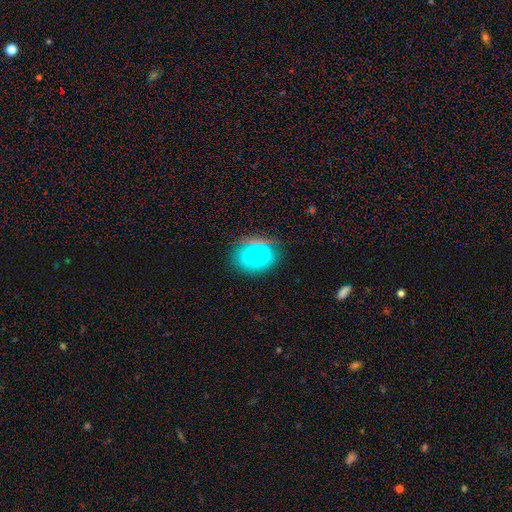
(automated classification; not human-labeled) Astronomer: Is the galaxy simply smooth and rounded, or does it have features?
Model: smooth — 59%.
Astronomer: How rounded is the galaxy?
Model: in between — 54% (runner-up: round, 44%).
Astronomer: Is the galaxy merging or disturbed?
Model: none — 65%.